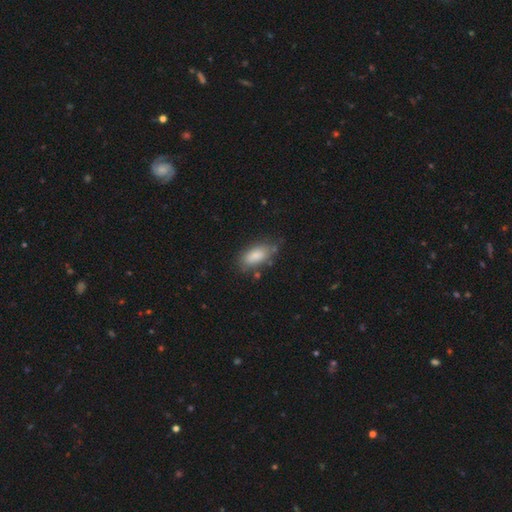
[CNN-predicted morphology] Overall: smooth (83%). How rounded: in between (88%). Merging: none (65%).